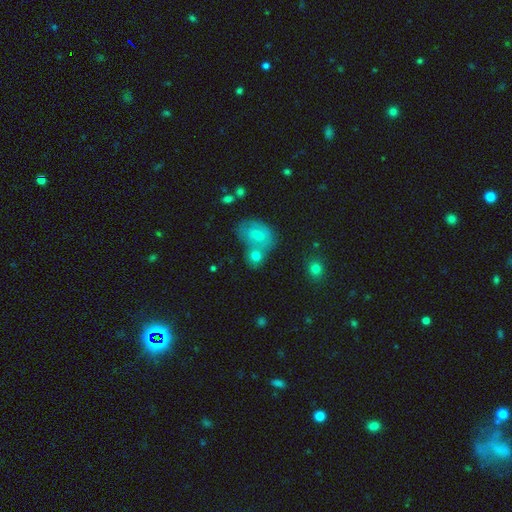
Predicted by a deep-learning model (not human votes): Smooth or featured? smooth (71%)
How rounded? round (61%)
Merging? merger (52%)